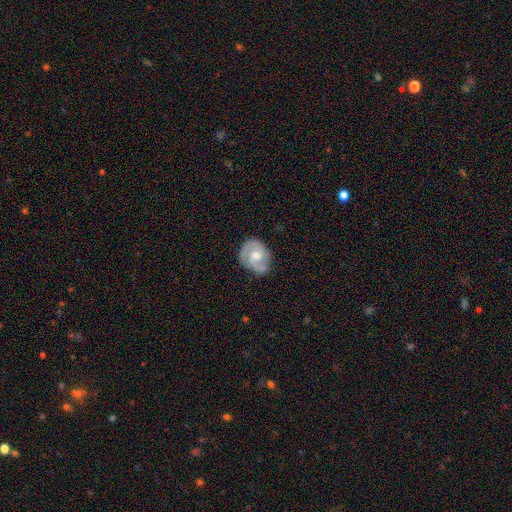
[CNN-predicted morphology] A featured or disk galaxy (79%) with no bar (62%), 2 (79%) medium (45%) spiral arms (94%) and a moderate central bulge (67%). Merging: none (73%).